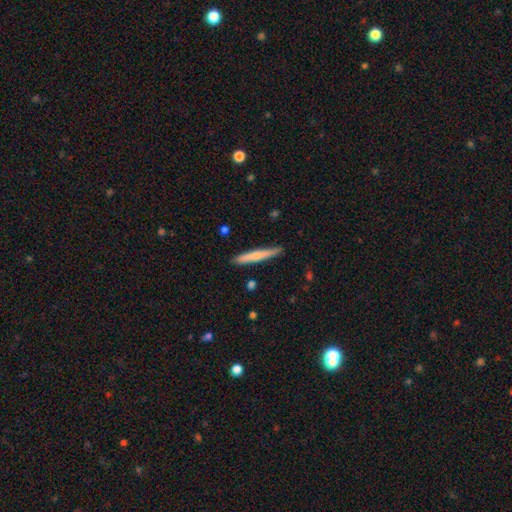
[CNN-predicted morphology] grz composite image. It shows a smooth galaxy with no disk features (60%) that is cigar-shaped (95%). Merging: none (88%).